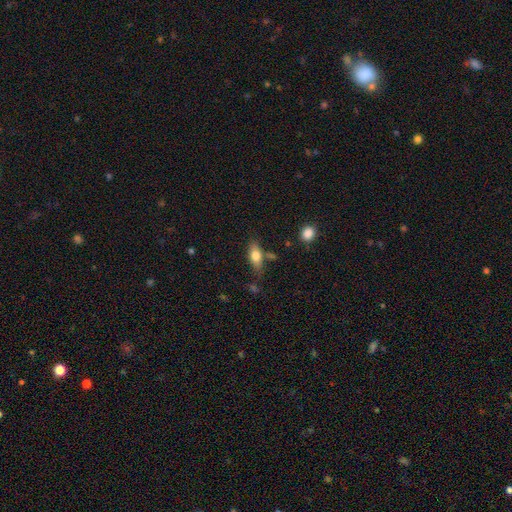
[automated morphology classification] This appears to be a smooth galaxy with no disk features (73%) that is in between round and cigar-shaped (78%). Merging: none (70%).